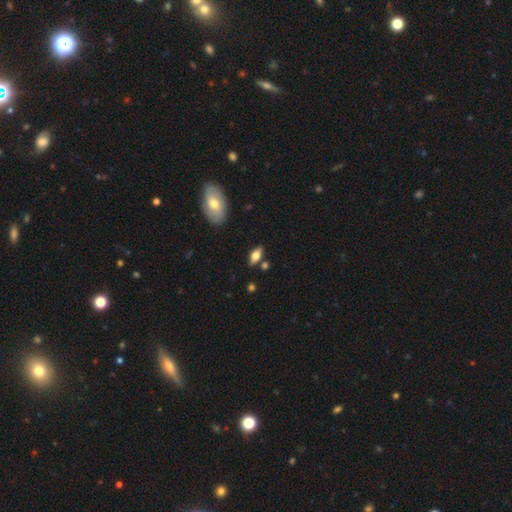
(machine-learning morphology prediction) Smooth or featured?
  - smooth: 58% *
  - featured or disk: 33%
  - star or artifact: 8%
How rounded?
  - in between: 79% *
  - cigar-shaped: 15%
  - round: 6%
Merging?
  - none: 78% *
  - minor disturbance: 13%
  - merger: 6%
  - major disturbance: 3%